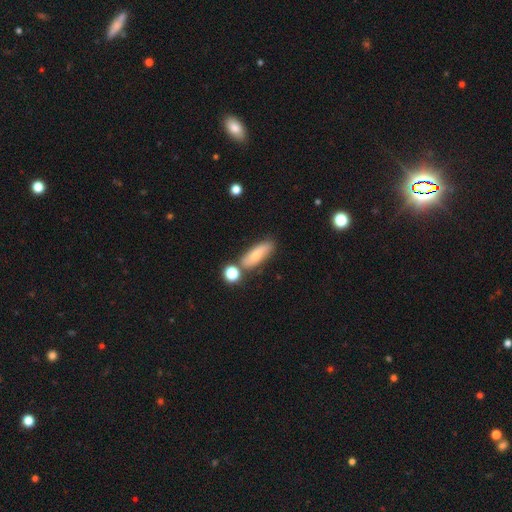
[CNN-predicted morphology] A smooth galaxy with no disk features (68%) that is in between round and cigar-shaped (59%).

Vote fractions:
- Smooth or featured? smooth: 68% / featured or disk: 23% / star or artifact: 9%
- How rounded? in between: 59% / cigar-shaped: 37% / round: 4%
- Merging? none: 67% / minor disturbance: 17% / merger: 12% / major disturbance: 4%